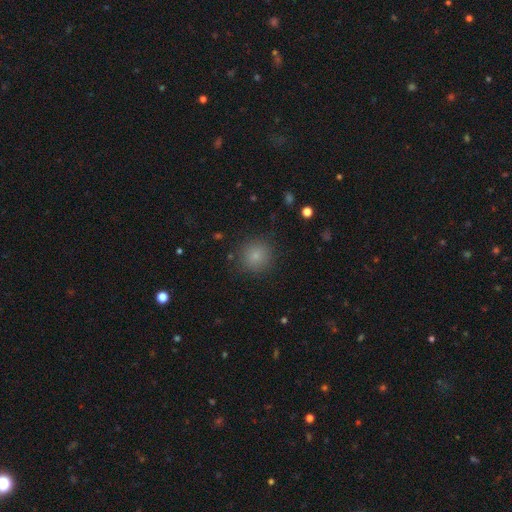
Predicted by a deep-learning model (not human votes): A smooth galaxy with no disk features (81%) that is round (93%).

Vote fractions:
- Smooth or featured? smooth: 81% / star or artifact: 13% / featured or disk: 6%
- How rounded? round: 93% / in between: 6% / cigar-shaped: 1%
- Merging? none: 88% / minor disturbance: 8% / major disturbance: 3% / merger: 1%